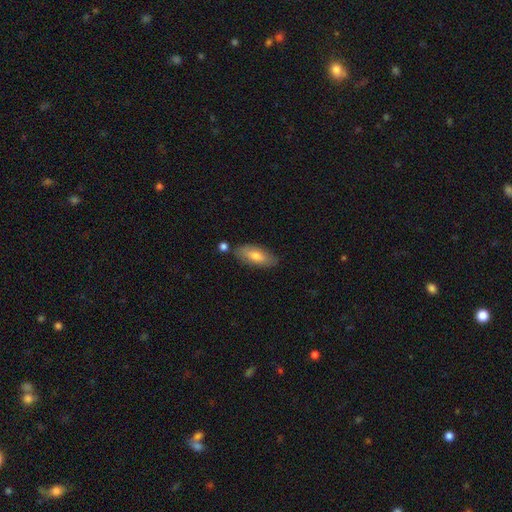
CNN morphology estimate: A smooth galaxy with no disk features (69%) that is in between round and cigar-shaped (76%).

Vote fractions:
- Smooth or featured? smooth: 69% / featured or disk: 24% / star or artifact: 7%
- How rounded? in between: 76% / cigar-shaped: 21% / round: 3%
- Merging? none: 79% / minor disturbance: 14% / merger: 5% / major disturbance: 3%